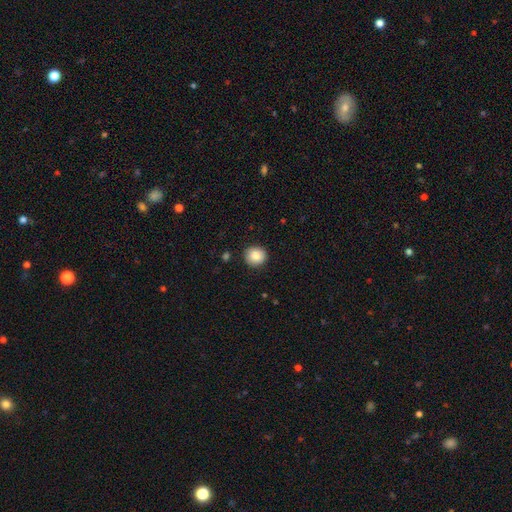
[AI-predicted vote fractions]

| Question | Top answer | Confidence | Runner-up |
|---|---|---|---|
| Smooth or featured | smooth | 84% | star or artifact (9%) |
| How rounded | round | 91% | in between (8%) |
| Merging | none | 91% | minor disturbance (6%) |